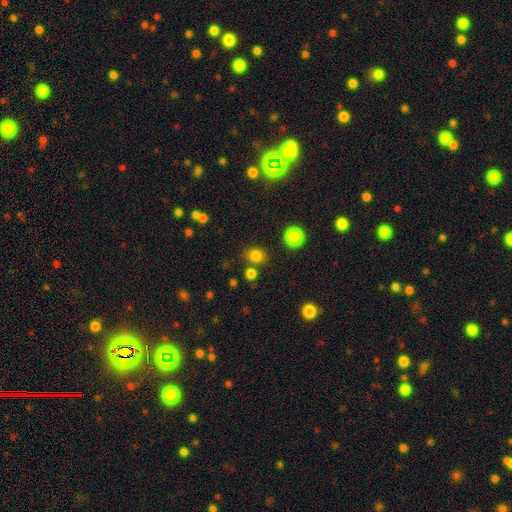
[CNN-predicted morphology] Q: Smooth or featured?
A: smooth (80%); runner-up: star or artifact (15%)
Q: How rounded?
A: round (66%); runner-up: in between (32%)
Q: Merging?
A: none (77%); runner-up: minor disturbance (10%)